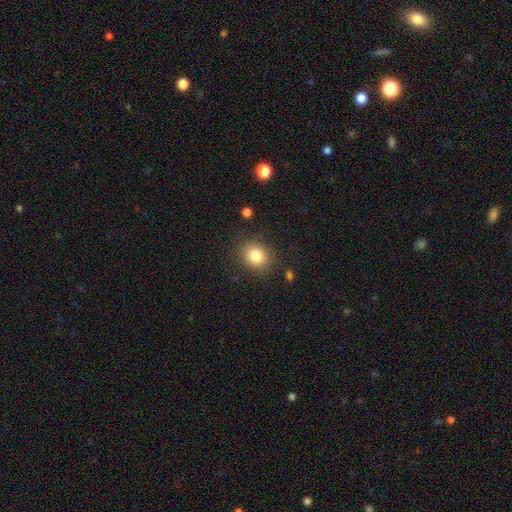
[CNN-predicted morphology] A smooth galaxy with no disk features (82%) that is round (62%). Merging: none (85%).